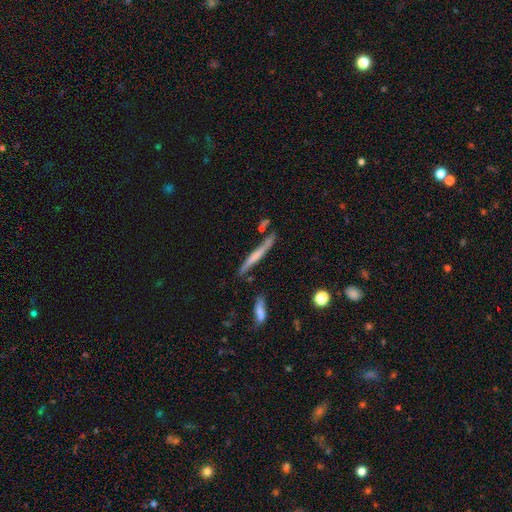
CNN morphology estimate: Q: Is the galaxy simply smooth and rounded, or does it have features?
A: featured or disk — 51%.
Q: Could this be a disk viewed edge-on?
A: yes — 92%.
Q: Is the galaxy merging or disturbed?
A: none — 69%.